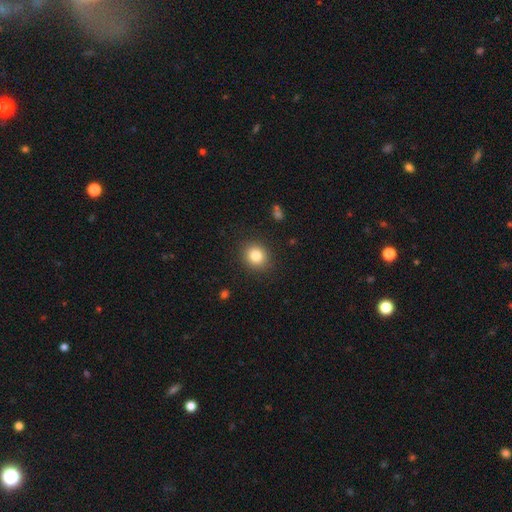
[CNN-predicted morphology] Q: Smooth or featured?
A: smooth (83%); runner-up: star or artifact (10%)
Q: How rounded?
A: round (79%); runner-up: in between (20%)
Q: Merging?
A: none (88%); runner-up: minor disturbance (8%)